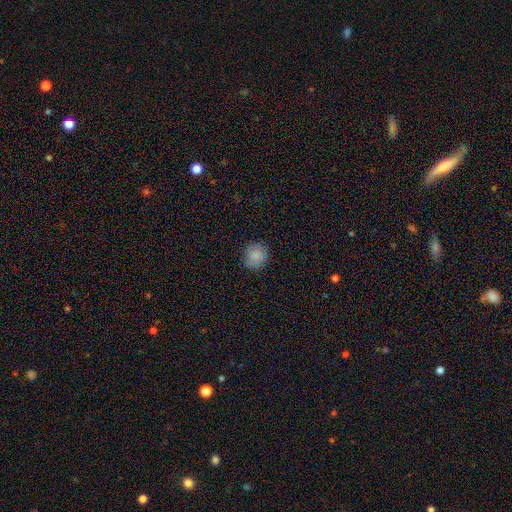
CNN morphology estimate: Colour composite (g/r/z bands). It shows a smooth galaxy with no disk features (85%) that is round (87%). Merging: none (84%).